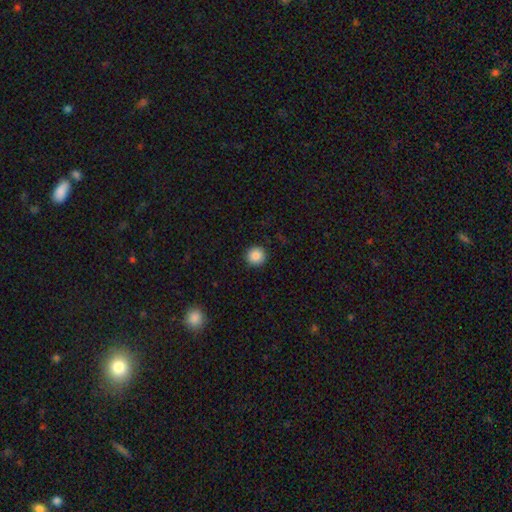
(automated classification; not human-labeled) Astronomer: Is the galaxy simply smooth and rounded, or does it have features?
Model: smooth — 88%.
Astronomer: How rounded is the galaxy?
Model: round — 95%.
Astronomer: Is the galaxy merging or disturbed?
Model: none — 92%.